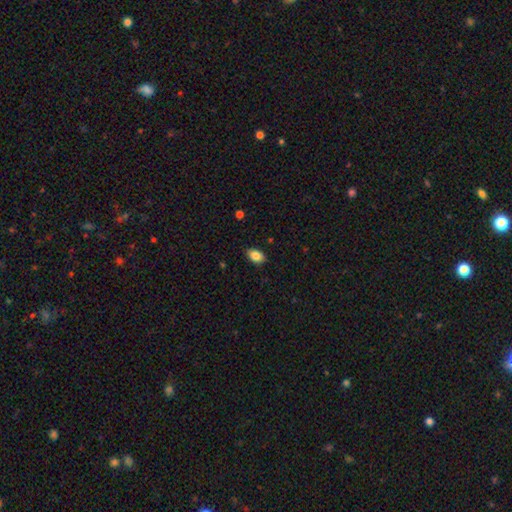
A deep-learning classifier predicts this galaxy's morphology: Smooth or featured? smooth (86%)
How rounded? in between (89%)
Merging? none (87%)